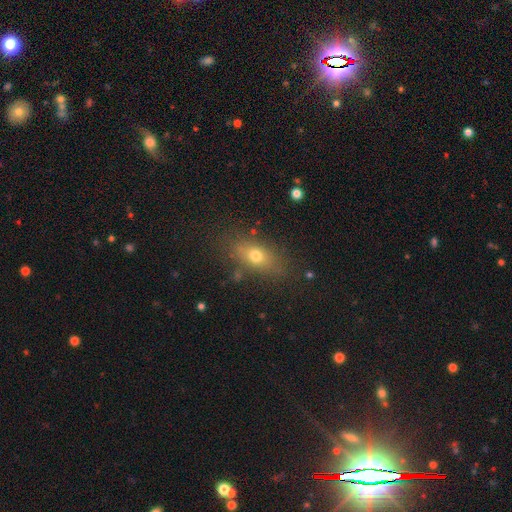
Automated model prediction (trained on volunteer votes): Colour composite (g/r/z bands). It shows a smooth galaxy with no disk features (69%) that is in between round and cigar-shaped (72%). Merging: none (80%).